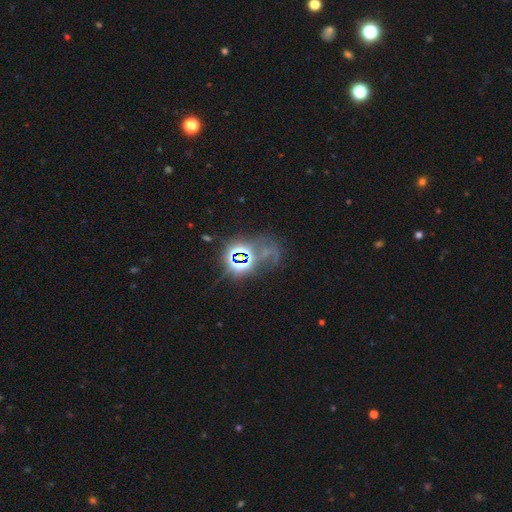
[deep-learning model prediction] Smooth or featured?
  - star or artifact: 47% *
  - smooth: 27%
  - featured or disk: 26%